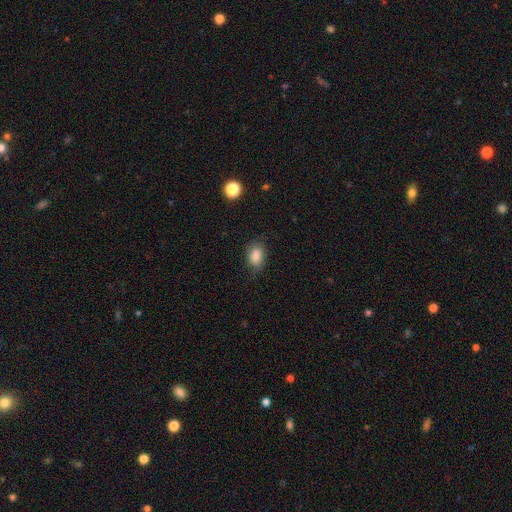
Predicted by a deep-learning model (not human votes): smooth-or-featured: smooth: 83% | star or artifact: 9% | featured or disk: 8%
  how-rounded: in between: 81% | round: 18% | cigar-shaped: 1%
  merging: none: 74% | minor disturbance: 20% | major disturbance: 5% | merger: 1%